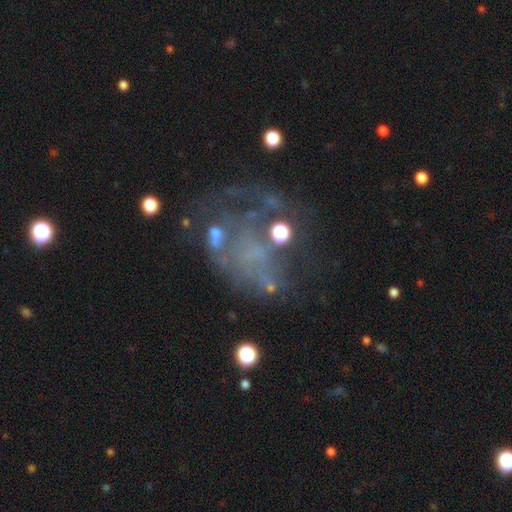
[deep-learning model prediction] smooth_or_featured: featured or disk (p=0.56) [alt: star or artifact p=0.25]
disk_edge_on: no (p=0.97) [alt: yes p=0.03]
bar: no (p=0.88) [alt: weak p=0.09]
has_spiral_arms: no (p=0.76) [alt: yes p=0.24]
bulge_size: none (p=0.71) [alt: small p=0.15]
merging: major disturbance (p=0.42) [alt: none p=0.33]